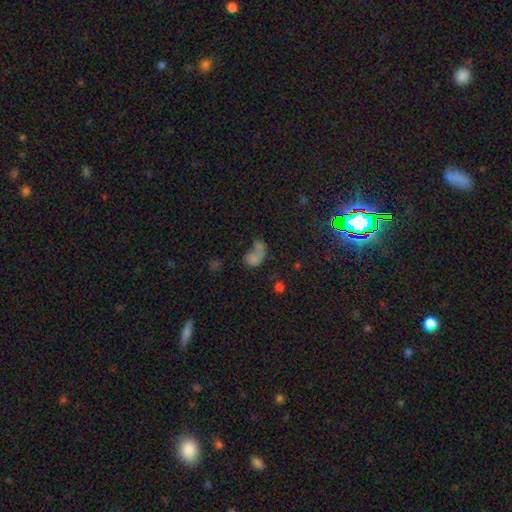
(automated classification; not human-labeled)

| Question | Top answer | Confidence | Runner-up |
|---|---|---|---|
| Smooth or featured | smooth | 62% | star or artifact (20%) |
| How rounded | in between | 68% | round (29%) |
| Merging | merger | 48% | none (23%) |